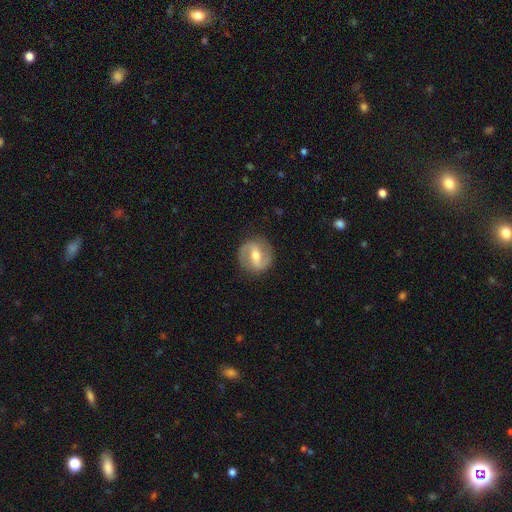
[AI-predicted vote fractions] Smooth or featured? featured or disk (80%)
Edge-on disk? no (97%)
Bar? strong (43%)
Spiral arms? yes (90%)
Spiral winding? medium (49%)
Spiral arm count? 2 (91%)
Bulge size? moderate (69%)
Merging? none (86%)